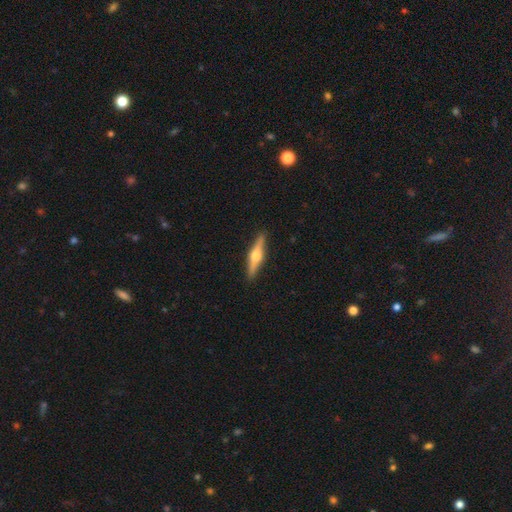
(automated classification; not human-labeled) Smooth or featured?
  - featured or disk: 72% *
  - smooth: 23%
  - star or artifact: 5%
Edge-on disk?
  - yes: 97% *
  - no: 3%
Edge-on bulge?
  - rounded: 95% *
  - boxy: 3%
  - none: 2%
Merging?
  - none: 92% *
  - minor disturbance: 6%
  - major disturbance: 1%
  - merger: 1%